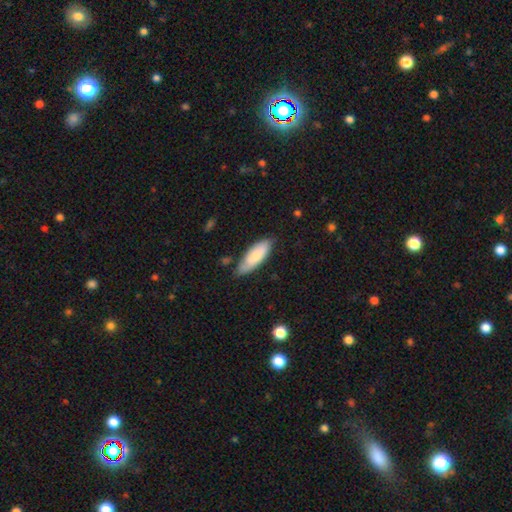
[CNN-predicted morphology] Q: Smooth or featured?
A: smooth (76%); runner-up: featured or disk (18%)
Q: How rounded?
A: in between (70%); runner-up: cigar-shaped (28%)
Q: Merging?
A: none (72%); runner-up: minor disturbance (22%)